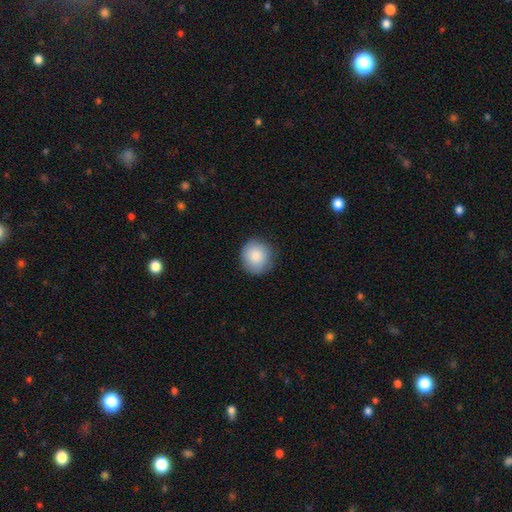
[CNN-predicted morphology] smooth_or_featured: smooth (p=0.87) [alt: star or artifact p=0.07]
how_rounded: round (p=0.90) [alt: in between p=0.09]
merging: none (p=0.85) [alt: minor disturbance p=0.12]